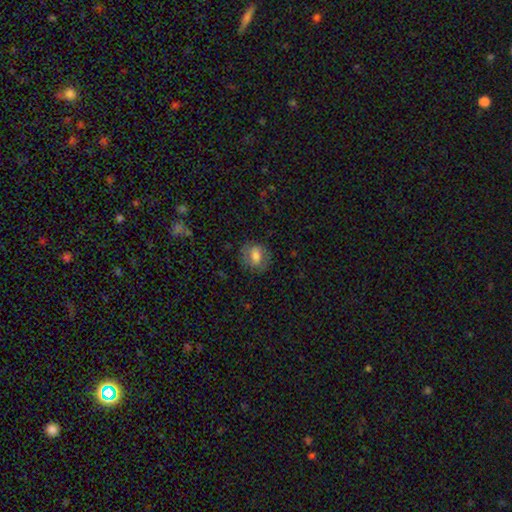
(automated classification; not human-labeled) smooth 68%, featured or disk 23%, star or artifact 8%. Down the decision tree: how rounded — in between (52%); merging — none (76%).